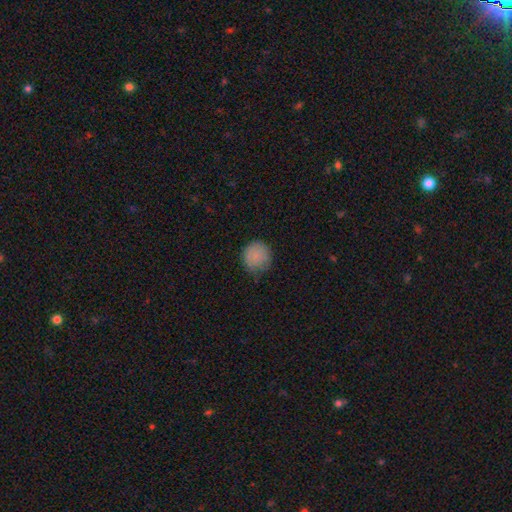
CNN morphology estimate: Smooth or featured? smooth (85%)
How rounded? round (89%)
Merging? none (69%)